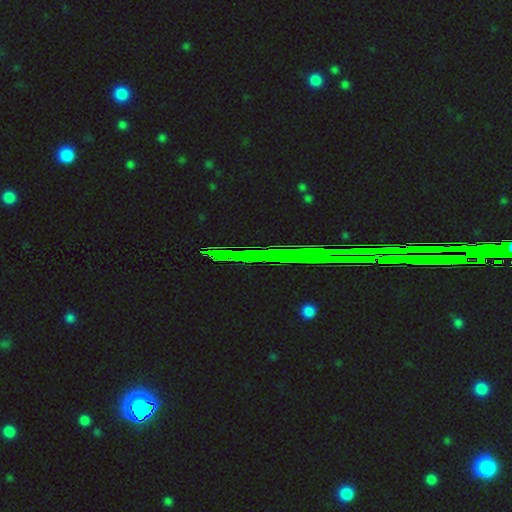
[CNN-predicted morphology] smooth_or_featured: star or artifact (p=0.69) [alt: featured or disk p=0.18]